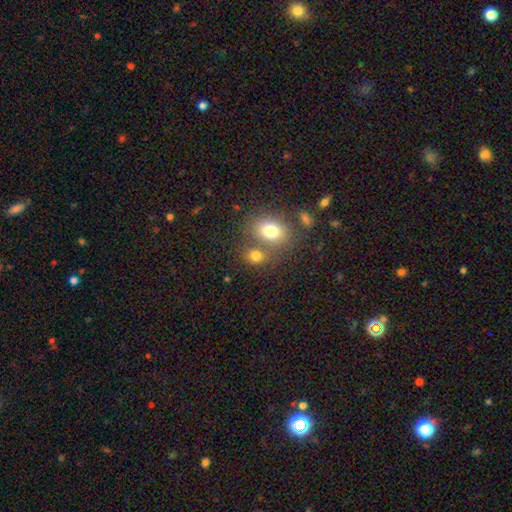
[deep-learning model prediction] A smooth galaxy with no disk features (77%) that is in between round and cigar-shaped (51%).

Vote fractions:
- Smooth or featured? smooth: 77% / star or artifact: 13% / featured or disk: 10%
- How rounded? in between: 51% / round: 48% / cigar-shaped: 1%
- Merging? none: 50% / merger: 34% / minor disturbance: 10% / major disturbance: 5%